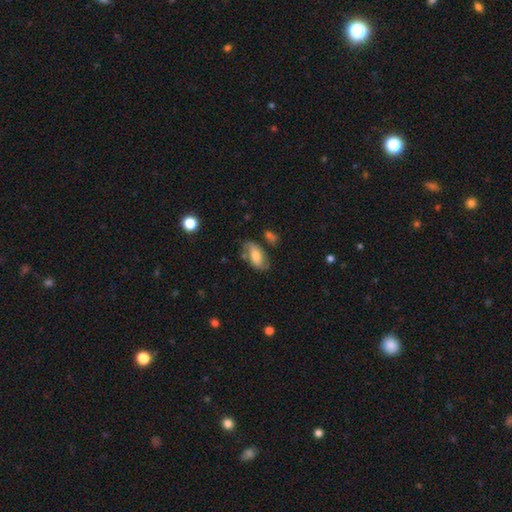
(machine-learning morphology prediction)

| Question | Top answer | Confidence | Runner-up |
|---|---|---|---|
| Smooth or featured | smooth | 61% | featured or disk (32%) |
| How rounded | in between | 89% | cigar-shaped (6%) |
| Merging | none | 63% | minor disturbance (23%) |